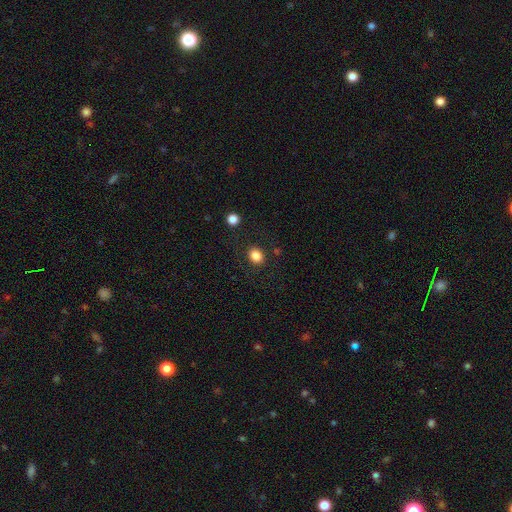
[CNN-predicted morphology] Q: Smooth or featured?
A: smooth (85%); runner-up: star or artifact (11%)
Q: How rounded?
A: round (54%); runner-up: in between (45%)
Q: Merging?
A: none (85%); runner-up: minor disturbance (9%)